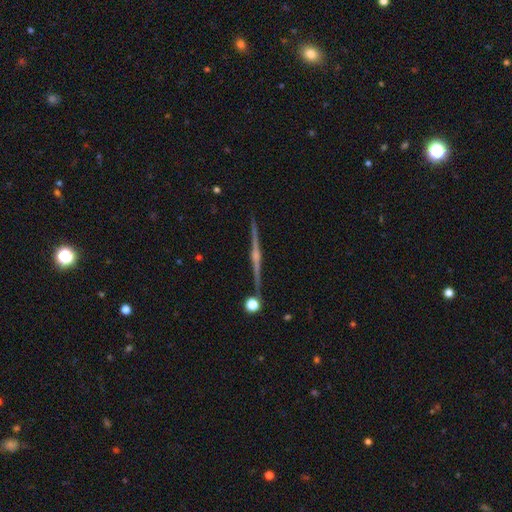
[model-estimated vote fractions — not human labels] Smooth or featured? featured or disk (76%)
Edge-on disk? yes (96%)
Edge-on bulge? rounded (74%)
Merging? none (82%)